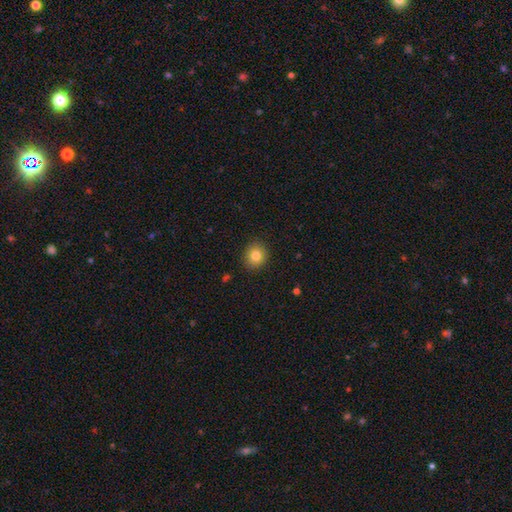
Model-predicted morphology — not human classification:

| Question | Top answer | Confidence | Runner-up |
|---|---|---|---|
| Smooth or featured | smooth | 82% | star or artifact (11%) |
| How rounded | round | 83% | in between (17%) |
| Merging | none | 90% | minor disturbance (7%) |